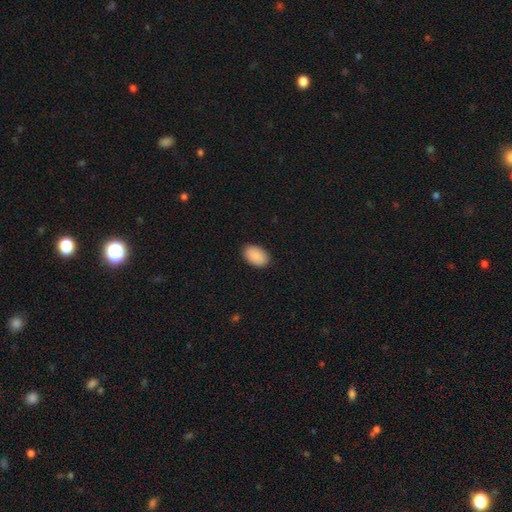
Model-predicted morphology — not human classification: This is clearly a smooth galaxy (91%). How rounded: clearly in between (91%). Merging: clearly none (89%).